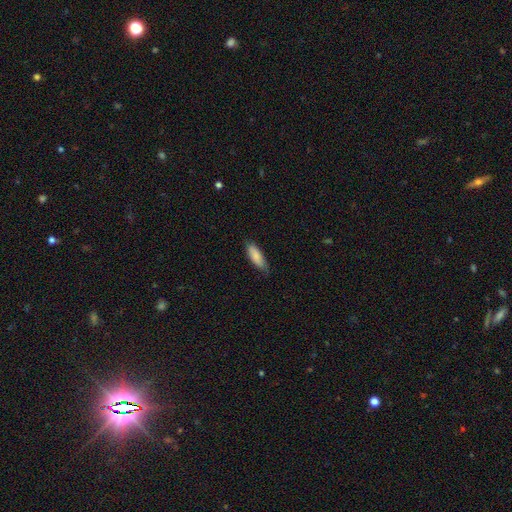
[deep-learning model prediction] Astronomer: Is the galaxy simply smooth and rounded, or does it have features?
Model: smooth — 85%.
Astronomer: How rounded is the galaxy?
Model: in between — 59% (runner-up: cigar-shaped, 39%).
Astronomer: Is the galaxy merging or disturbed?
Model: none — 78%.